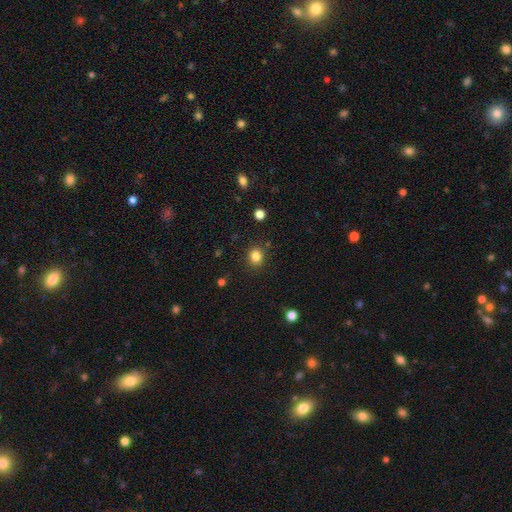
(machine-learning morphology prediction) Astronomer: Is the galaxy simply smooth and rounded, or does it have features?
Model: smooth — 84%.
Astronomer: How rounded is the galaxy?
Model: round — 74%.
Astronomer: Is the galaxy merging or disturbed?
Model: none — 86%.